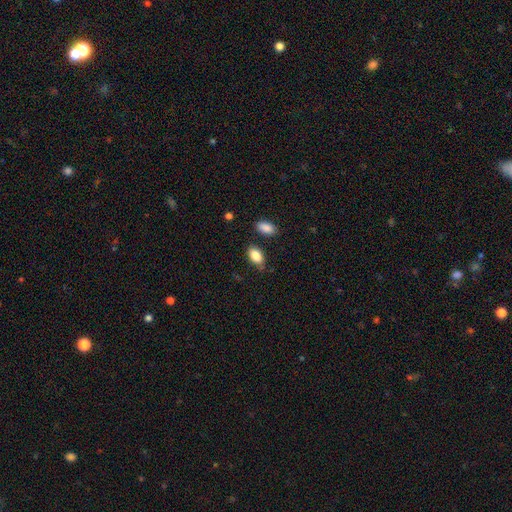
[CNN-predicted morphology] type=smooth (86%); roundness=in between (92%); merging=none (75%).